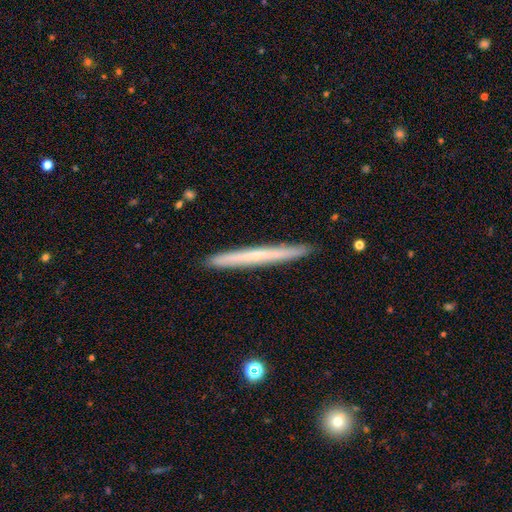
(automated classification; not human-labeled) Smooth or featured? smooth (49%)
Merging? none (92%)